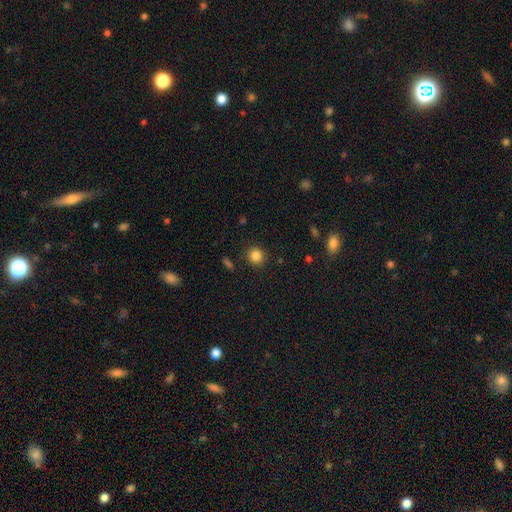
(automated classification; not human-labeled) Smooth or featured? smooth (84%)
How rounded? round (89%)
Merging? none (90%)